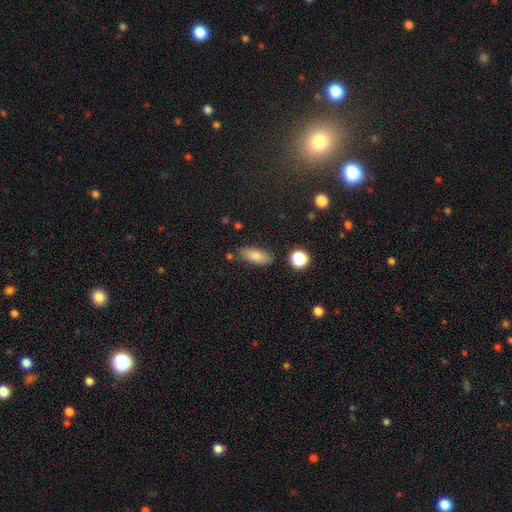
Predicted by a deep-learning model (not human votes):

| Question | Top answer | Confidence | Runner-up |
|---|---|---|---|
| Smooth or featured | smooth | 80% | featured or disk (11%) |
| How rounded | in between | 78% | cigar-shaped (18%) |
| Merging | none | 80% | minor disturbance (12%) |